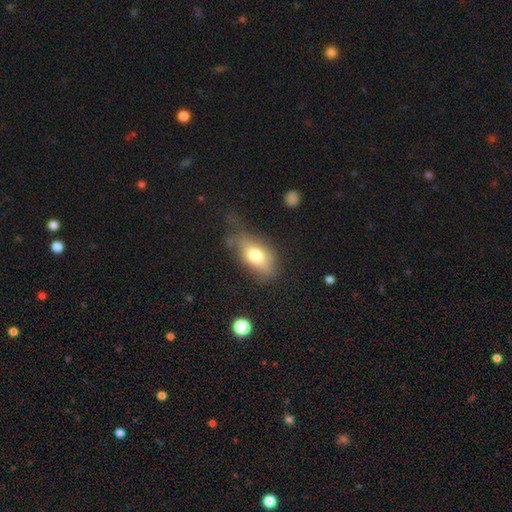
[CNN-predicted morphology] A smooth galaxy with no disk features (72%) that is in between round and cigar-shaped (87%). Merging: none (45%).